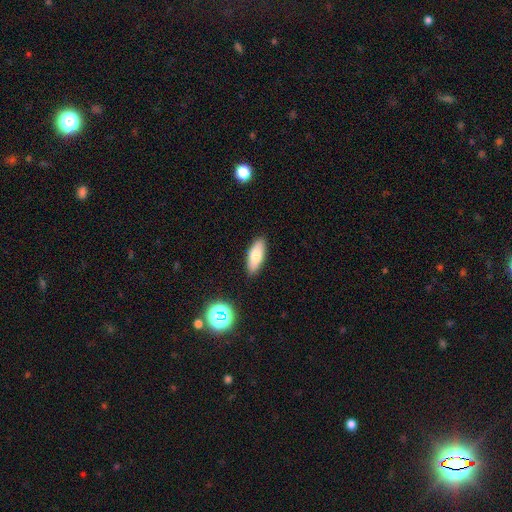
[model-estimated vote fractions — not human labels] A smooth galaxy with no disk features (71%) that is in between round and cigar-shaped (75%).

Vote fractions:
- Smooth or featured? smooth: 71% / featured or disk: 21% / star or artifact: 8%
- How rounded? in between: 75% / cigar-shaped: 22% / round: 3%
- Merging? none: 88% / minor disturbance: 8% / major disturbance: 2% / merger: 1%